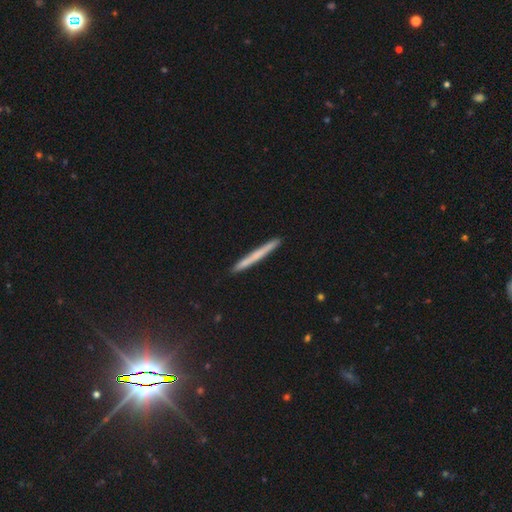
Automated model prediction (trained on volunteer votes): Smooth or featured: smooth — 60% (featured or disk — 33%)
How rounded: cigar-shaped — 97% (in between — 2%)
Merging: none — 91% (minor disturbance — 6%)